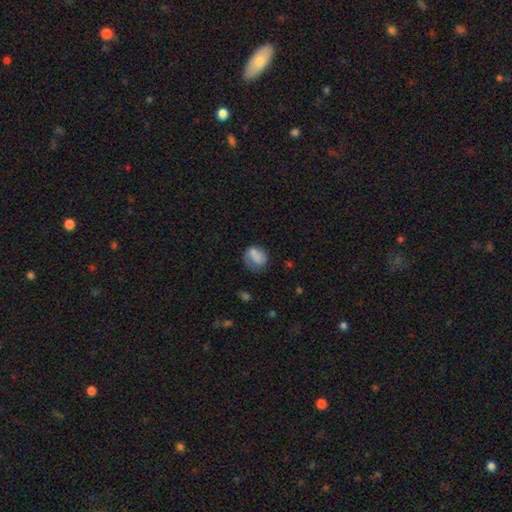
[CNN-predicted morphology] Smooth or featured?
  - smooth: 72% *
  - featured or disk: 19%
  - star or artifact: 9%
How rounded?
  - round: 57% *
  - in between: 42%
  - cigar-shaped: 1%
Merging?
  - none: 45% *
  - minor disturbance: 27%
  - major disturbance: 20%
  - merger: 8%